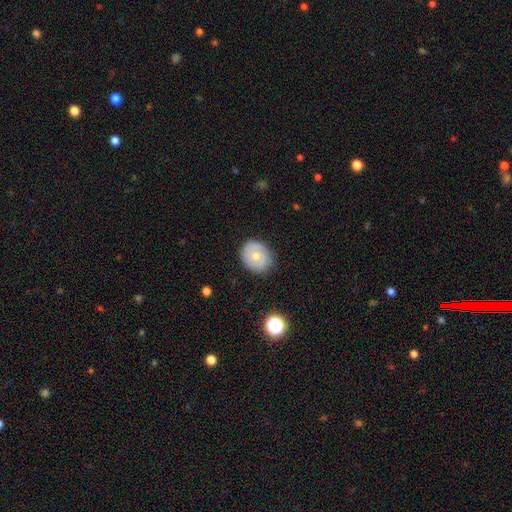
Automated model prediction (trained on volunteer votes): Smooth or featured?
  - smooth: 54% *
  - featured or disk: 38%
  - star or artifact: 8%
How rounded?
  - round: 65% *
  - in between: 34%
  - cigar-shaped: 1%
Merging?
  - none: 78% *
  - minor disturbance: 17%
  - major disturbance: 4%
  - merger: 1%